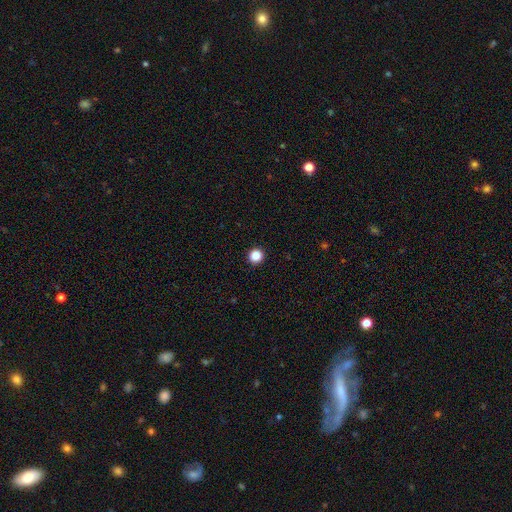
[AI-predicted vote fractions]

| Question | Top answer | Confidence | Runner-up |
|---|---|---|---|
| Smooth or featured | smooth | 86% | star or artifact (11%) |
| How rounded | round | 95% | in between (4%) |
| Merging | none | 94% | minor disturbance (4%) |